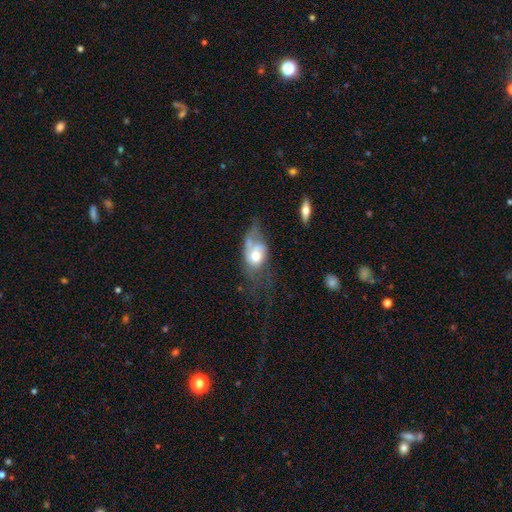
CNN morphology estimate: smooth_or_featured: smooth (p=0.48) [alt: featured or disk p=0.44]
merging: major disturbance (p=0.42) [alt: none p=0.22]